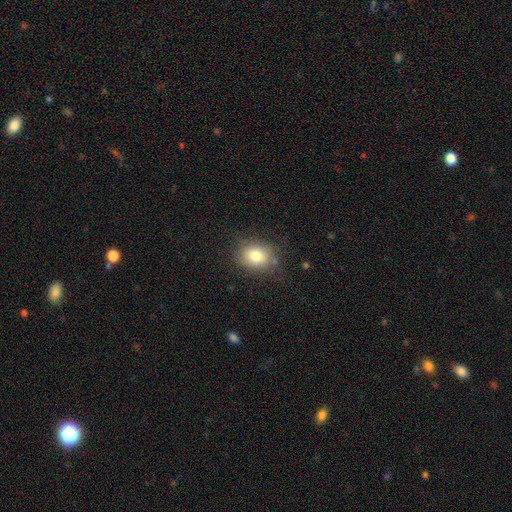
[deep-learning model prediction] This is clearly a smooth galaxy (82%). How rounded: likely in between (61%). Merging: likely none (77%).